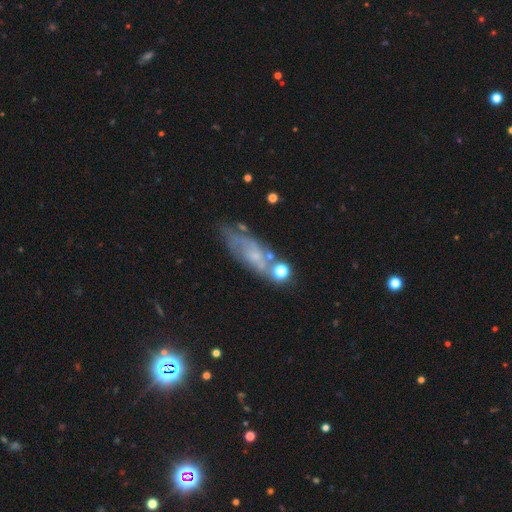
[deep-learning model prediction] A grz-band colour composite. It shows a featured or disk galaxy (53%). Merging: none (60%).